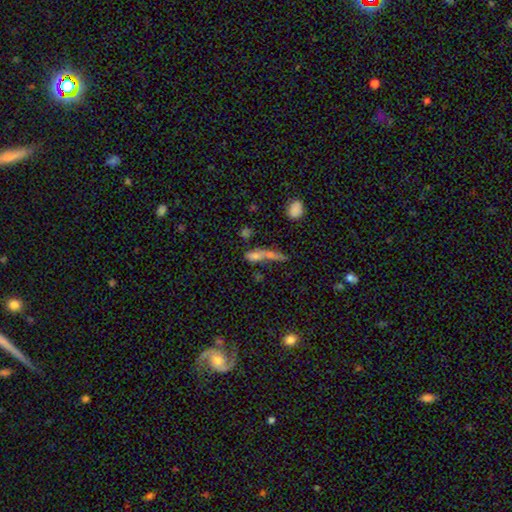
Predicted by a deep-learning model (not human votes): Morphology: type=smooth (59%); roundness=cigar-shaped (50%); merging=merger (46%).